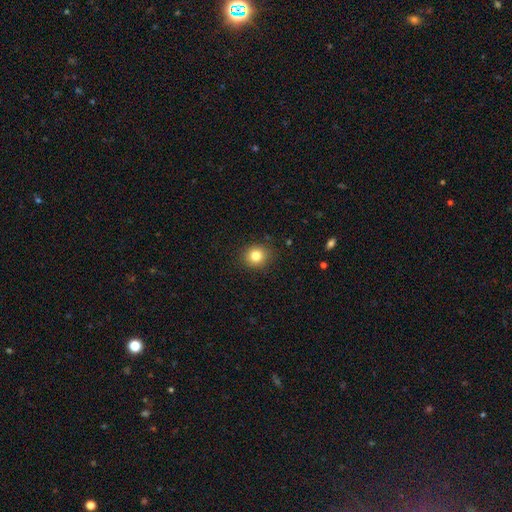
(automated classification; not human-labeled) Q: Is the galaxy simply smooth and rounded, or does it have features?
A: smooth — 82%.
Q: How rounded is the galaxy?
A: round — 83%.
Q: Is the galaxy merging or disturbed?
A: none — 89%.